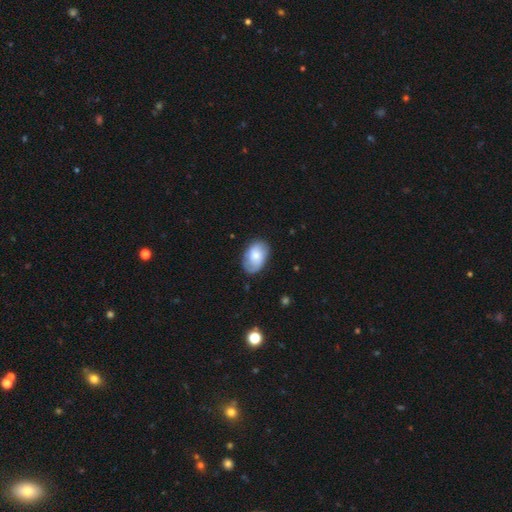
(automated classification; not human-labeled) smooth 57%, featured or disk 36%, star or artifact 7%. Down the decision tree: how rounded — in between (88%); merging — none (72%).